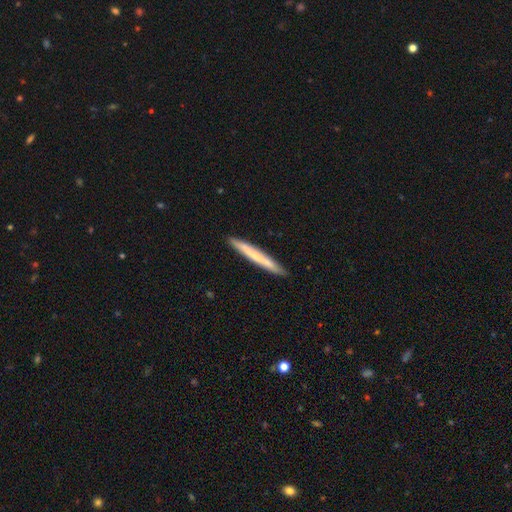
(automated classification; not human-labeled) This appears to be a smooth galaxy with no disk features (61%) that is cigar-shaped (97%). Merging: none (91%).